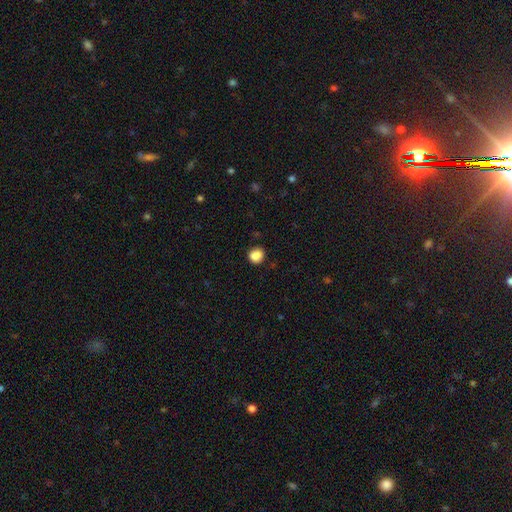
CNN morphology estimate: Overall: smooth (87%). How rounded: round (78%). Merging: none (82%).